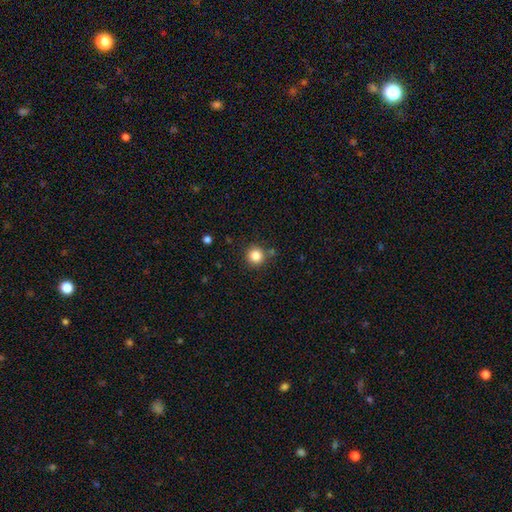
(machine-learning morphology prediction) A smooth galaxy with no disk features (84%) that is round (95%).

Vote fractions:
- Smooth or featured? smooth: 84% / star or artifact: 11% / featured or disk: 4%
- How rounded? round: 95% / in between: 4% / cigar-shaped: 1%
- Merging? none: 85% / minor disturbance: 8% / merger: 5% / major disturbance: 2%